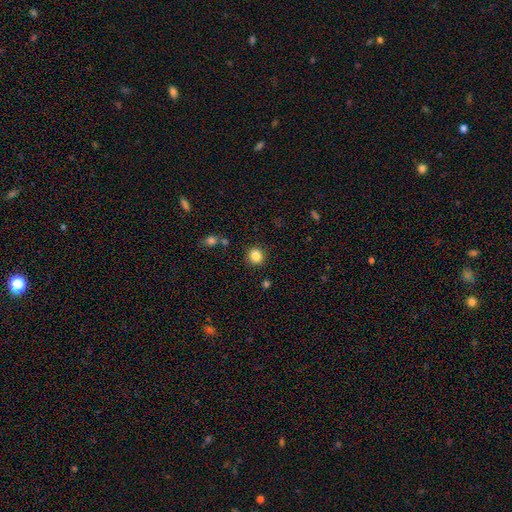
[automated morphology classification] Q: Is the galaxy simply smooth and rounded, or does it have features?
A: smooth — 84%.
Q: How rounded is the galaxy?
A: round — 82%.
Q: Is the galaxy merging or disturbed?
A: none — 88%.